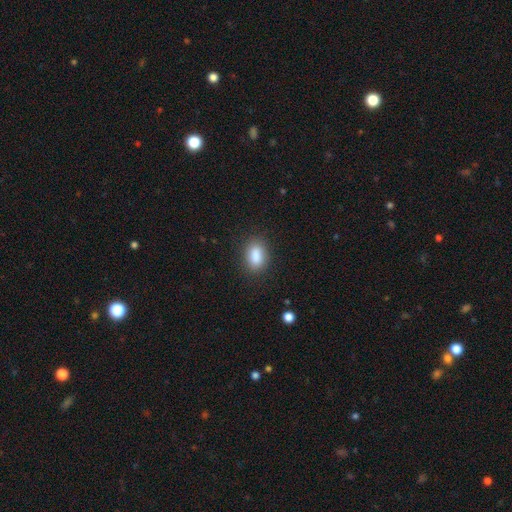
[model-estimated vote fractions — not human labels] This is clearly a smooth galaxy (88%). How rounded: clearly in between (84%). Merging: clearly none (84%).